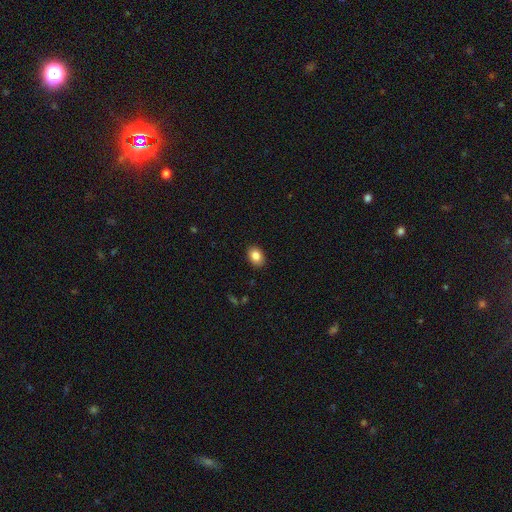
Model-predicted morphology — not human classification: This is clearly a smooth galaxy (86%). How rounded: likely in between (75%). Merging: clearly none (89%).